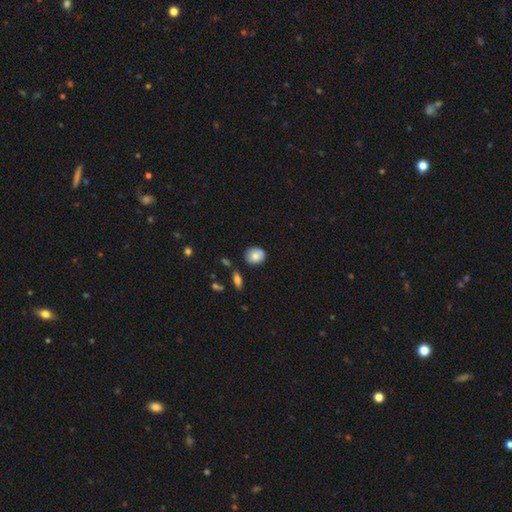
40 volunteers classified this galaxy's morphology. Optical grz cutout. It shows a smooth galaxy with no disk features (78%) that is round (94%). Merging: none (76%).